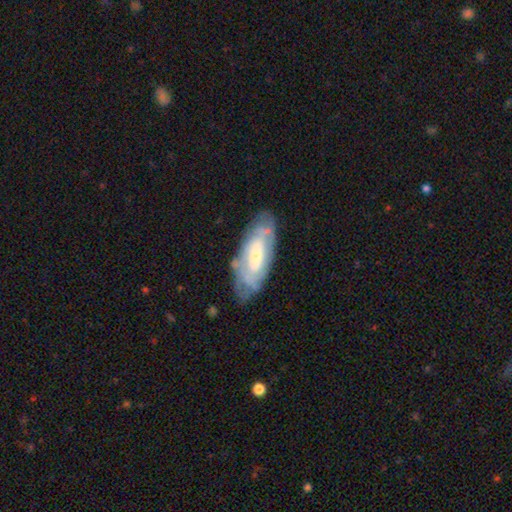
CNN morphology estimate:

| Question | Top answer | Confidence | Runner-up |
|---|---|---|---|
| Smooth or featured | featured or disk | 66% | smooth (28%) |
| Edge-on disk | no | 87% | yes (13%) |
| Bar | no | 58% | weak (30%) |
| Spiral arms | yes | 71% | no (29%) |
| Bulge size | small | 59% | moderate (32%) |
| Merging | none | 71% | minor disturbance (20%) |